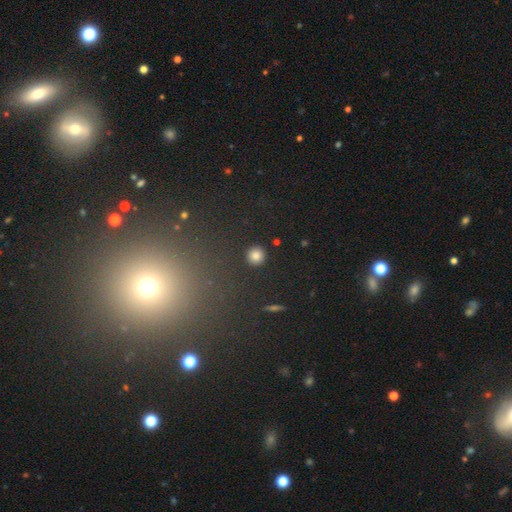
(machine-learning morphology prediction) Smooth or featured?
  - smooth: 83% *
  - star or artifact: 12%
  - featured or disk: 5%
How rounded?
  - round: 94% *
  - in between: 5%
  - cigar-shaped: 1%
Merging?
  - none: 91% *
  - minor disturbance: 5%
  - major disturbance: 2%
  - merger: 1%